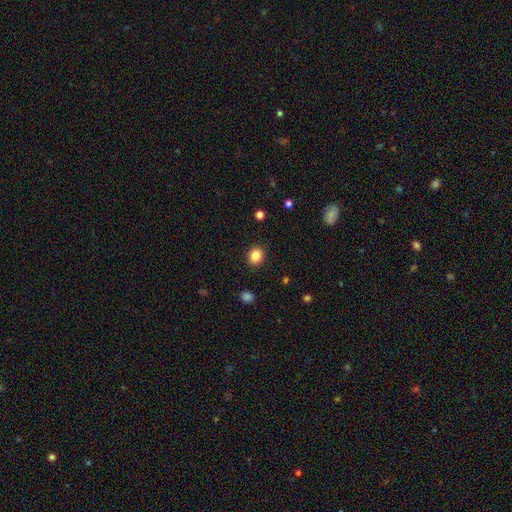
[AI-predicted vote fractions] smooth 84%, star or artifact 11%, featured or disk 5%. Down the decision tree: how rounded — round (72%); merging — none (91%).